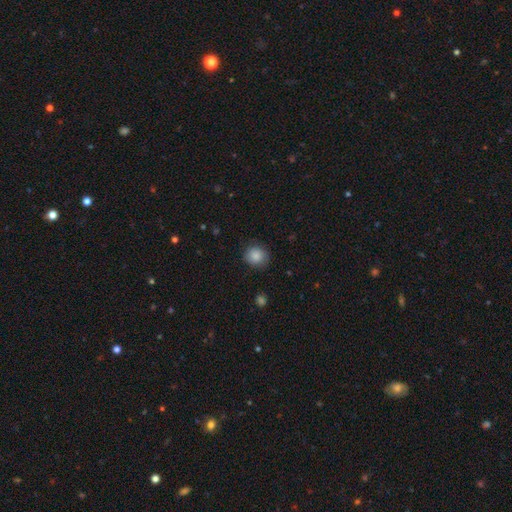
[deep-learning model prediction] Smooth or featured? smooth (86%)
How rounded? round (85%)
Merging? none (83%)